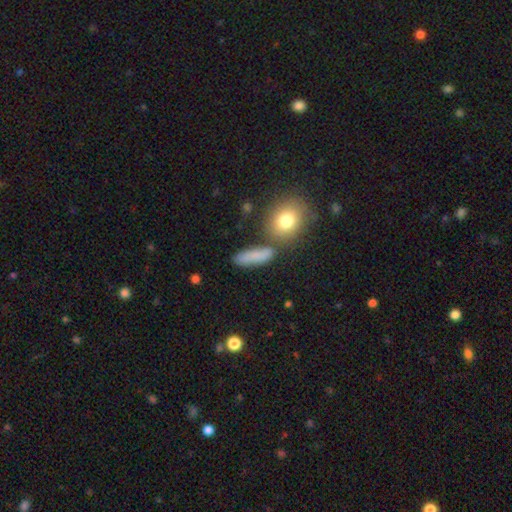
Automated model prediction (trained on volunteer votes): A smooth galaxy with no disk features (76%) that is cigar-shaped (45%). Merging: none (67%).